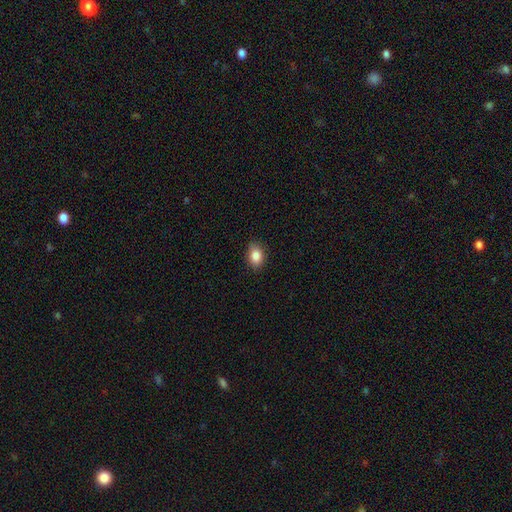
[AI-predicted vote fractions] Smooth or featured? smooth (86%)
How rounded? in between (75%)
Merging? none (86%)